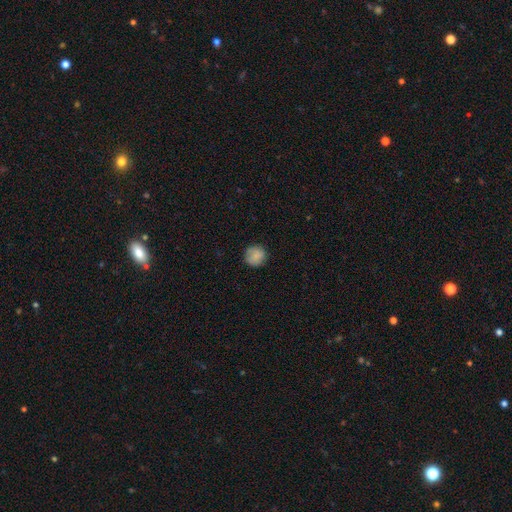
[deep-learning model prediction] This appears to be a smooth galaxy with no disk features (85%) that is round (92%). Merging: none (85%).